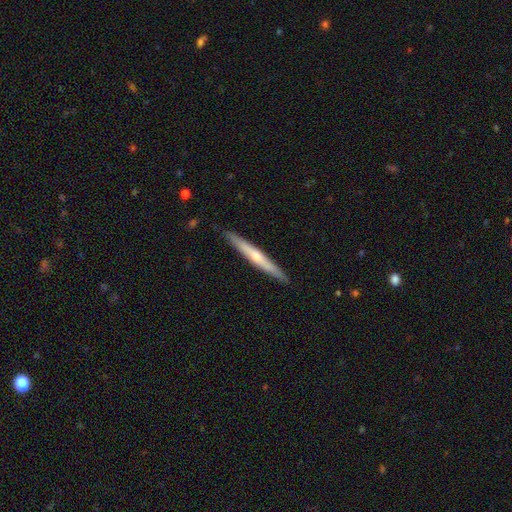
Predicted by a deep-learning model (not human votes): The model was most divided on "smooth or featured": featured or disk: 53%, smooth: 41%, star or artifact: 5%. More confident: edge-on disk — yes (96%); merging — none (90%); edge-on bulge — rounded (57%).